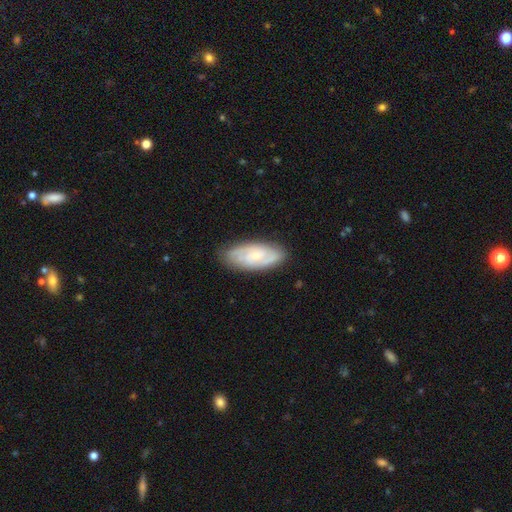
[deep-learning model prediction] Smooth or featured: featured or disk — 69% (smooth — 25%)
Edge-on disk: no — 92% (yes — 8%)
Bar: no — 56% (weak — 36%)
Spiral arms: yes — 91% (no — 9%)
Spiral winding: tight — 56% (medium — 35%)
Spiral arm count: 2 — 48% (can't tell — 29%)
Bulge size: small — 66% (moderate — 28%)
Merging: none — 83% (minor disturbance — 14%)